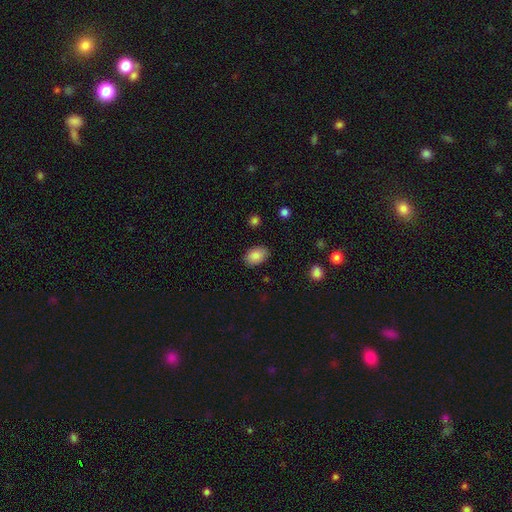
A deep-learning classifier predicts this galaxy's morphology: This is clearly a smooth galaxy (86%). How rounded: clearly in between (86%). Merging: clearly none (86%).